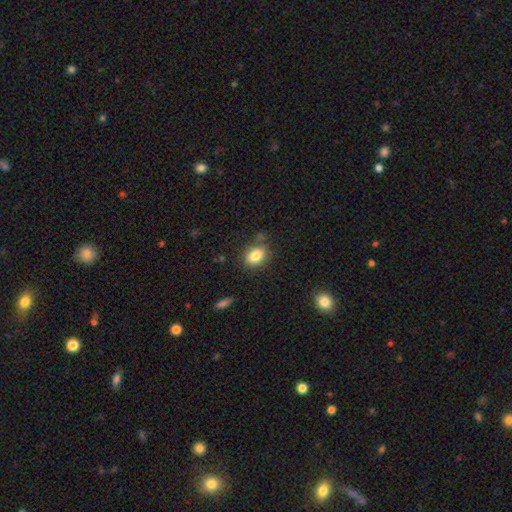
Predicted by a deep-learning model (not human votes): This is clearly a smooth galaxy (84%). How rounded: likely in between (72%). Merging: likely none (78%).